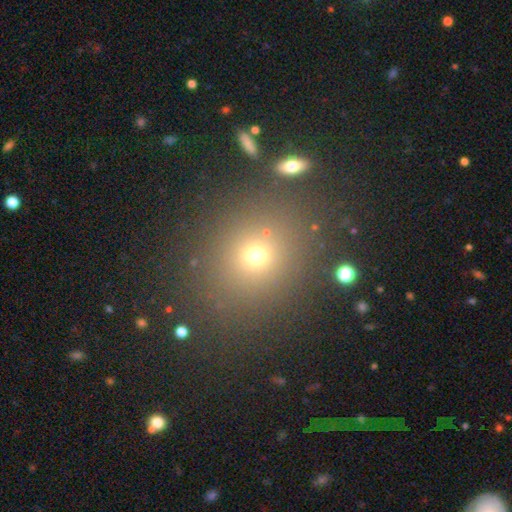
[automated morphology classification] This is likely a smooth galaxy (67%). How rounded: likely round (76%). Merging: clearly none (82%).